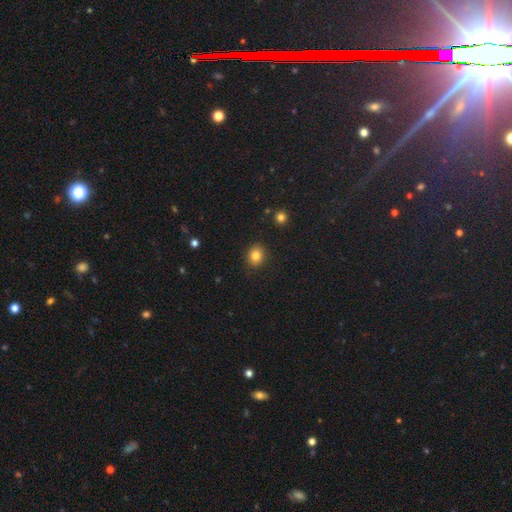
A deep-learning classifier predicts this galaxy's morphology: Smooth or featured: smooth — 82% (star or artifact — 11%)
How rounded: round — 67% (in between — 32%)
Merging: none — 89% (minor disturbance — 8%)